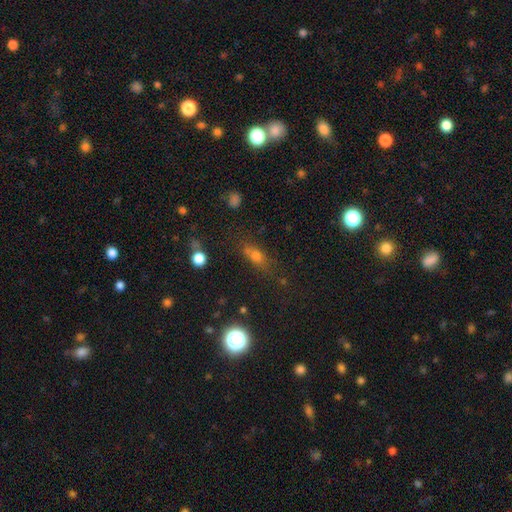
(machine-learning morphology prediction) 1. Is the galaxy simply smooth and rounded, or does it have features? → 61% smooth, 24% star or artifact, 15% featured or disk.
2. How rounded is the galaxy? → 51% in between, 31% round, 19% cigar-shaped.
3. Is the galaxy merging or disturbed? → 62% none, 17% minor disturbance, 13% merger, 8% major disturbance.